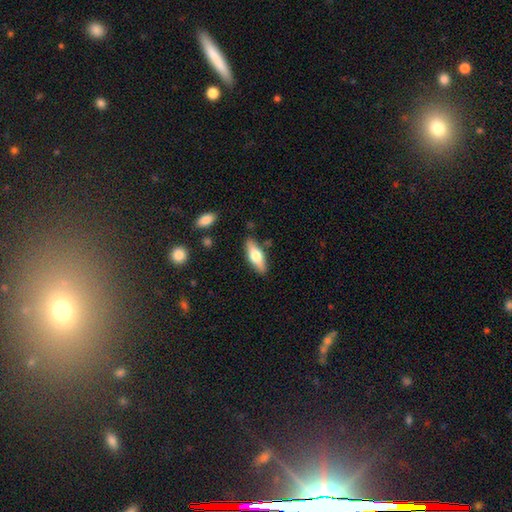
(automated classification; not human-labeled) This appears to be a smooth galaxy with no disk features (56%) that is in between round and cigar-shaped (59%). Merging: none (84%).